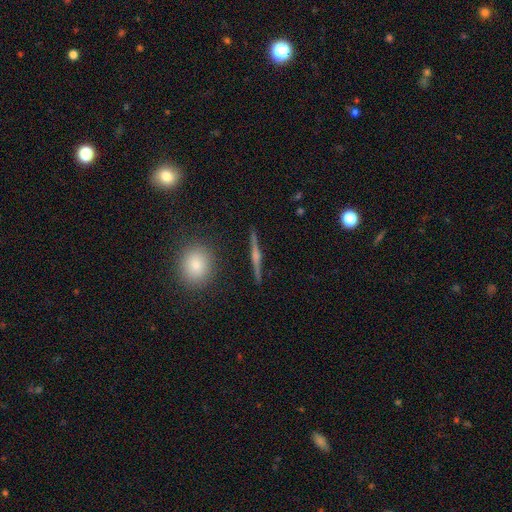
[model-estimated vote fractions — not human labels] Overall: featured or disk (77%). Edge-on disk: yes (97%). Edge-on bulge: rounded (84%). Merging: none (92%).